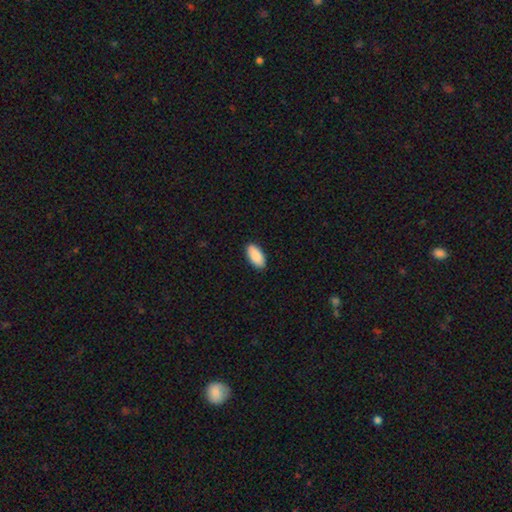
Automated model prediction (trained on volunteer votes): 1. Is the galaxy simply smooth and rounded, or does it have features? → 91% smooth, 6% star or artifact, 4% featured or disk.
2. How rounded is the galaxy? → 93% in between, 5% cigar-shaped, 2% round.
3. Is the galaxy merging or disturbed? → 90% none, 8% minor disturbance, 2% major disturbance, 1% merger.